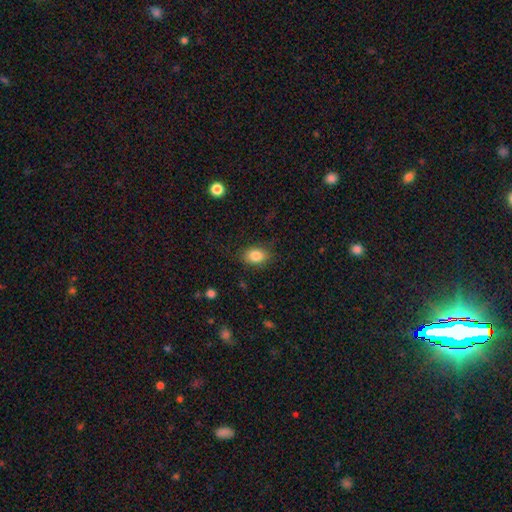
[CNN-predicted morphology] Smooth or featured: smooth — 84% (star or artifact — 9%)
How rounded: in between — 75% (round — 23%)
Merging: none — 82% (minor disturbance — 13%)